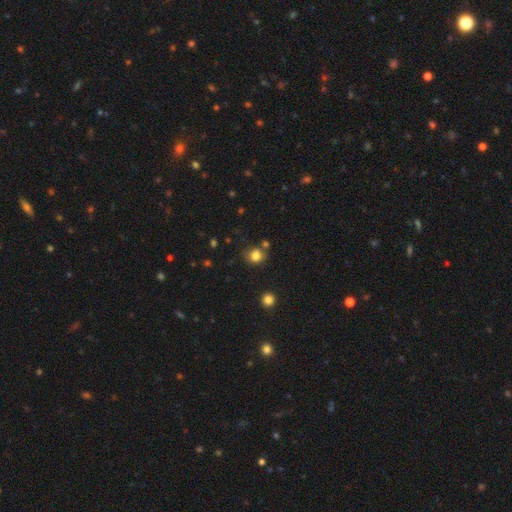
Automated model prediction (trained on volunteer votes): The model was most divided on "merging": none: 73%, minor disturbance: 13%, merger: 10%, major disturbance: 4%. More confident: how rounded — round (82%); smooth or featured — smooth (81%).